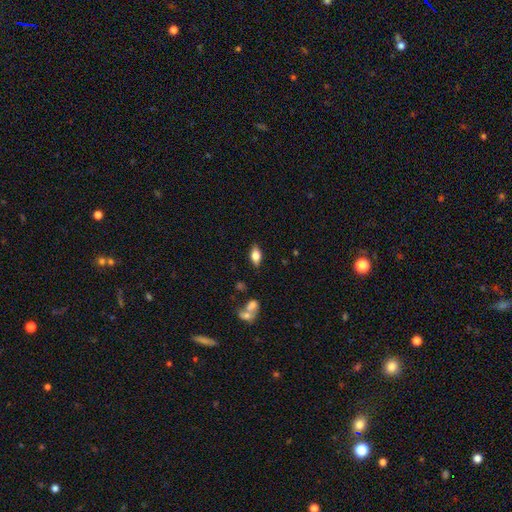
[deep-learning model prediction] Smooth or featured? Predicted: smooth (p=0.73). How rounded? Predicted: in between (p=0.87). Merging? Predicted: none (p=0.84).